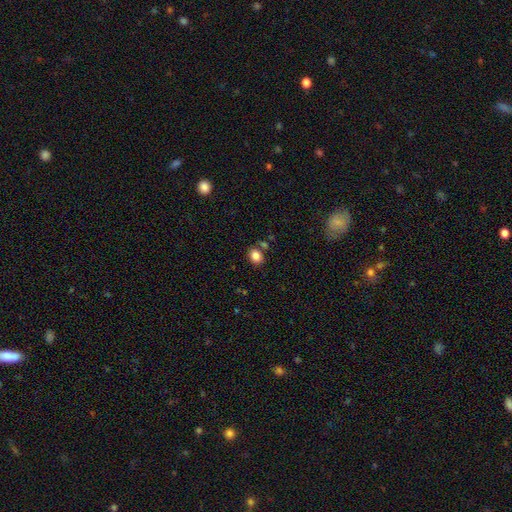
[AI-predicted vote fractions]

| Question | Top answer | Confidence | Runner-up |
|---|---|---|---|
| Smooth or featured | smooth | 85% | star or artifact (10%) |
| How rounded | in between | 54% | round (45%) |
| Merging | none | 77% | minor disturbance (11%) |